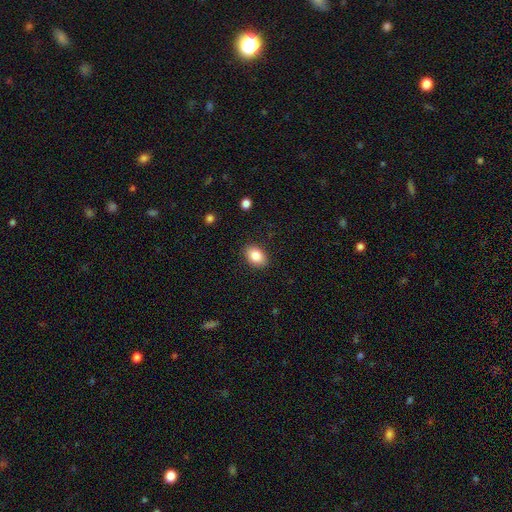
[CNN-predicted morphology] This appears to be a smooth galaxy with no disk features (84%) that is in between round and cigar-shaped (82%). Merging: none (88%).